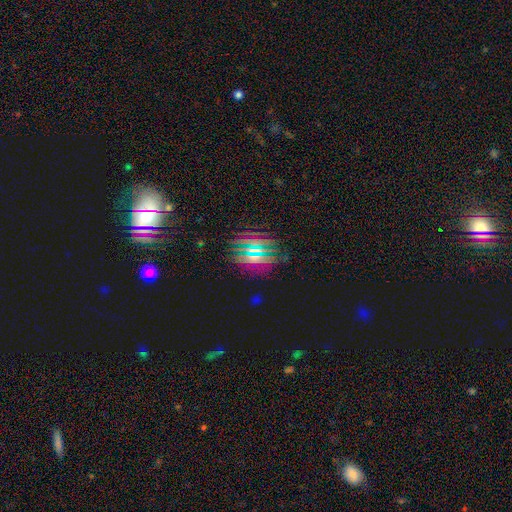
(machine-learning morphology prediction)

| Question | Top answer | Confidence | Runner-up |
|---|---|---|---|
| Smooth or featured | star or artifact | 47% | smooth (28%) |